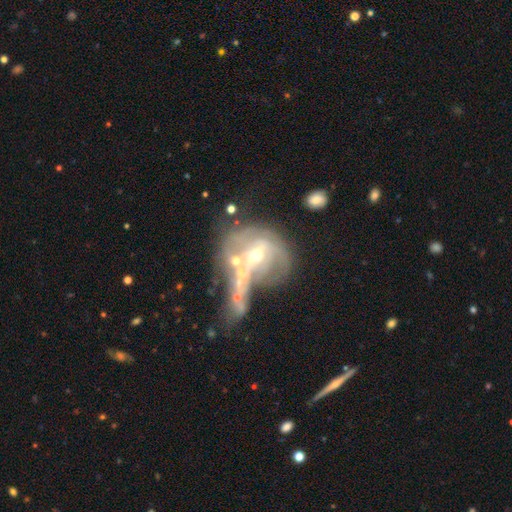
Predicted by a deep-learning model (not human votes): The model was most divided on "spiral arms": no: 53%, yes: 47%. Remaining: edge-on disk — no (96%); smooth or featured — featured or disk (70%); bar — no (67%); bulge size — small (53%); merging — merger (39%).